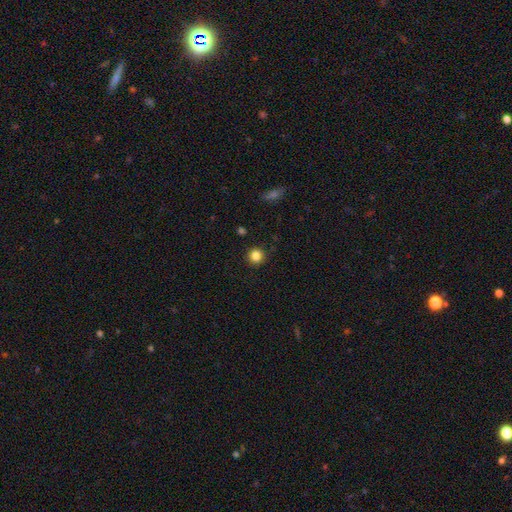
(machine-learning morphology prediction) Smooth or featured? smooth (84%)
How rounded? round (94%)
Merging? none (92%)